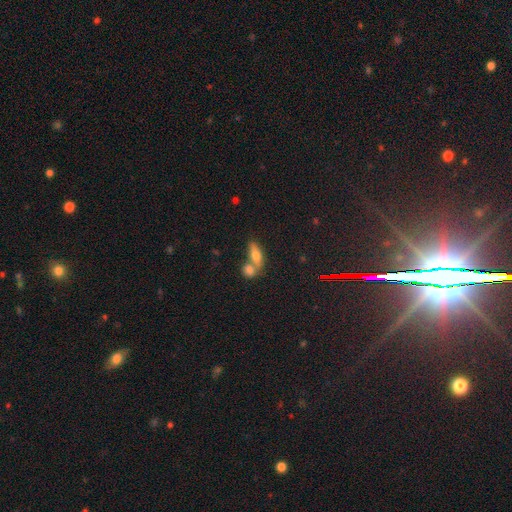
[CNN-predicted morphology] This appears to be a smooth galaxy with no disk features (68%) that is in between round and cigar-shaped (66%). Merging: merger (49%).